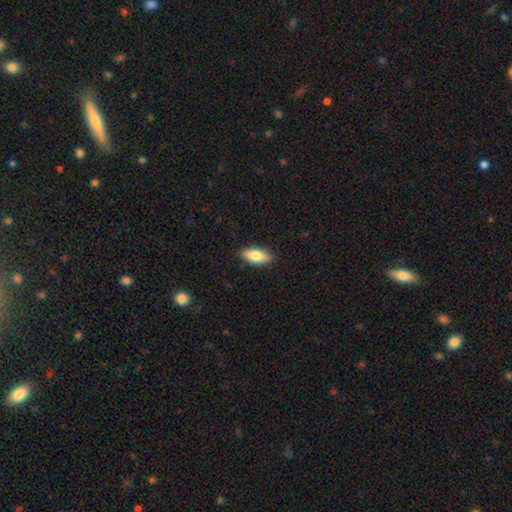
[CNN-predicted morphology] Smooth or featured: smooth — 78% (featured or disk — 15%)
How rounded: in between — 83% (cigar-shaped — 14%)
Merging: none — 87% (minor disturbance — 10%)